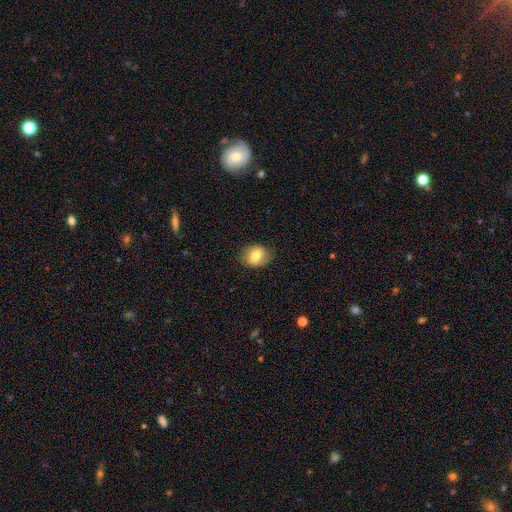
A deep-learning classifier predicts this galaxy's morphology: type=smooth (72%); roundness=in between (60%); merging=none (71%).